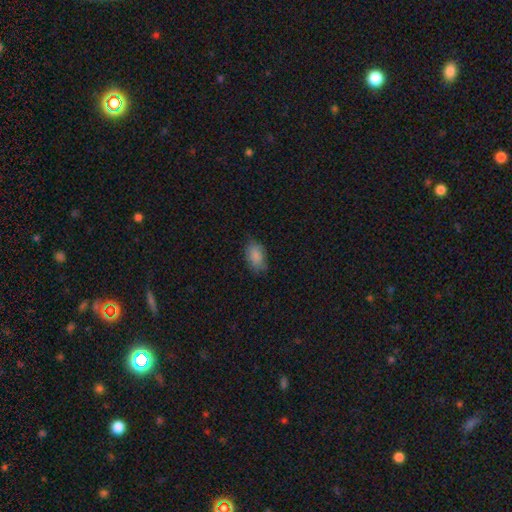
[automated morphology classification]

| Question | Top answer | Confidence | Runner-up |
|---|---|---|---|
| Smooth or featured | smooth | 86% | star or artifact (8%) |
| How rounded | in between | 90% | round (9%) |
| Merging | none | 71% | minor disturbance (23%) |